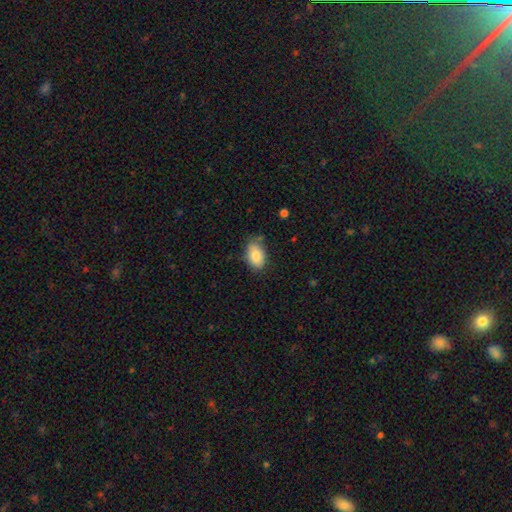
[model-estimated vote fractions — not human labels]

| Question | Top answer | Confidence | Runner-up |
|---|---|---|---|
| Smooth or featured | smooth | 85% | featured or disk (8%) |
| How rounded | in between | 90% | round (9%) |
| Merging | none | 71% | minor disturbance (23%) |